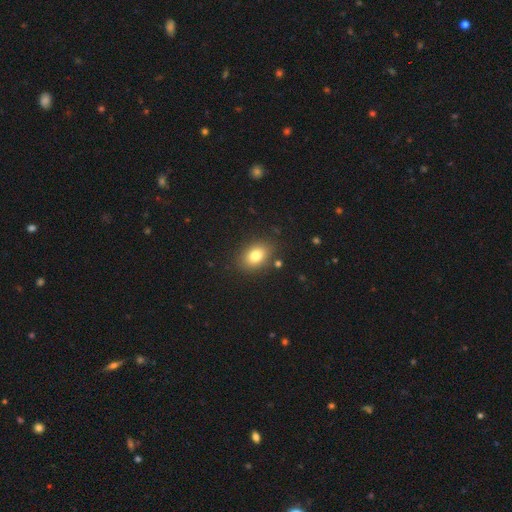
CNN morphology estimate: type=smooth (79%); roundness=in between (74%); merging=none (84%).